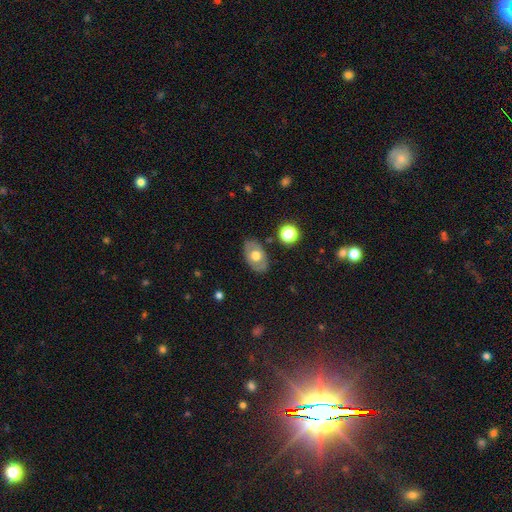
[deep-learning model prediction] A smooth galaxy with no disk features (56%) that is in between round and cigar-shaped (84%).

Vote fractions:
- Smooth or featured? smooth: 56% / featured or disk: 37% / star or artifact: 7%
- How rounded? in between: 84% / round: 15% / cigar-shaped: 1%
- Merging? none: 80% / minor disturbance: 14% / major disturbance: 4% / merger: 2%